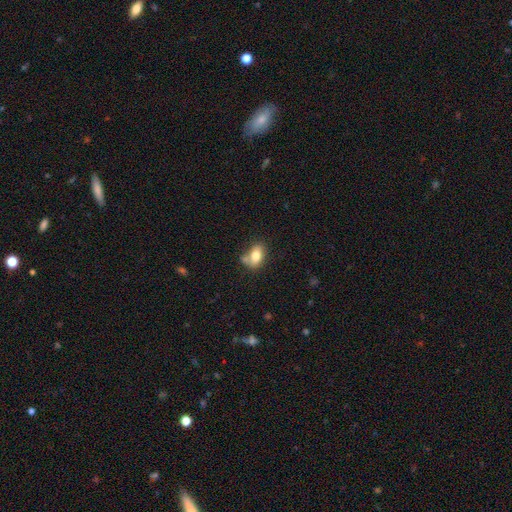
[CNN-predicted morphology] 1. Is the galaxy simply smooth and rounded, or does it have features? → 77% smooth, 14% featured or disk, 9% star or artifact.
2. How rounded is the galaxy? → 81% in between, 17% round, 2% cigar-shaped.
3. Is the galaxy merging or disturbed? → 47% none, 26% minor disturbance, 18% merger, 9% major disturbance.